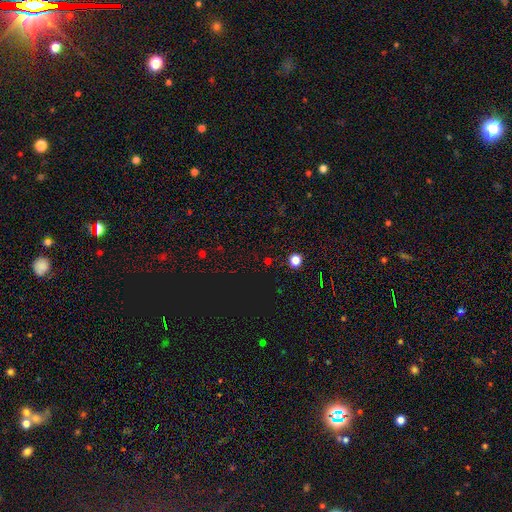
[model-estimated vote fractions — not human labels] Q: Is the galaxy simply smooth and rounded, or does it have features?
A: star or artifact — 61%.